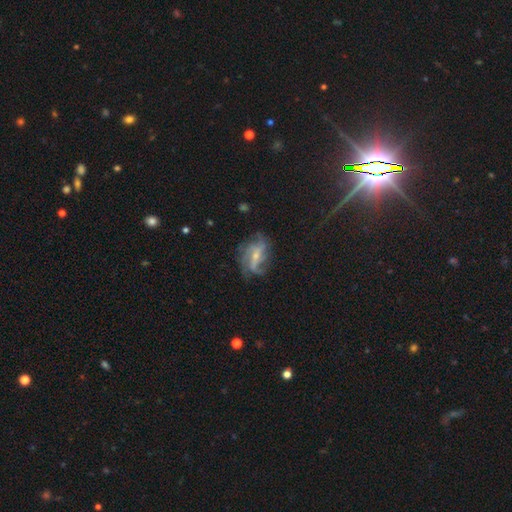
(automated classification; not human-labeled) This appears to be a featured or disk galaxy (80%) with a weak bar (42%), 3 (30%) loose (42%) spiral arms (92%) and a small central bulge (63%). Merging: none (61%).